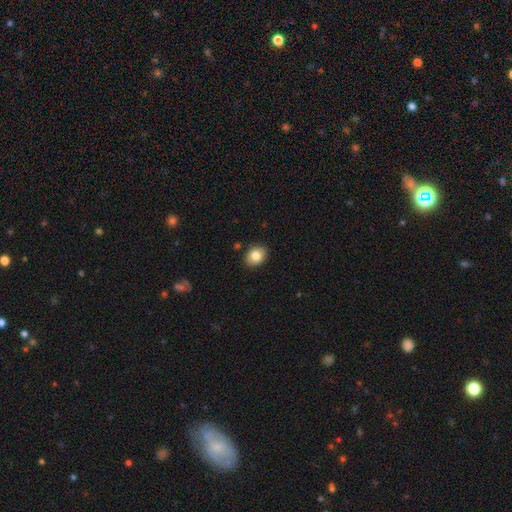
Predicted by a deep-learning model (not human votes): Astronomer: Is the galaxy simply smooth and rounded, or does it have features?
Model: smooth — 82%.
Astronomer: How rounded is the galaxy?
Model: in between — 56% (runner-up: round, 43%).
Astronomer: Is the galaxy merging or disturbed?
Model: none — 88%.